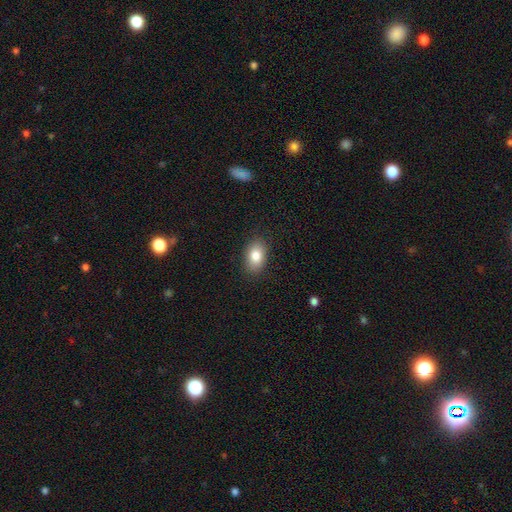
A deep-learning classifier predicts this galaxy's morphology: This is clearly a smooth galaxy (83%). How rounded: clearly in between (87%). Merging: clearly none (88%).